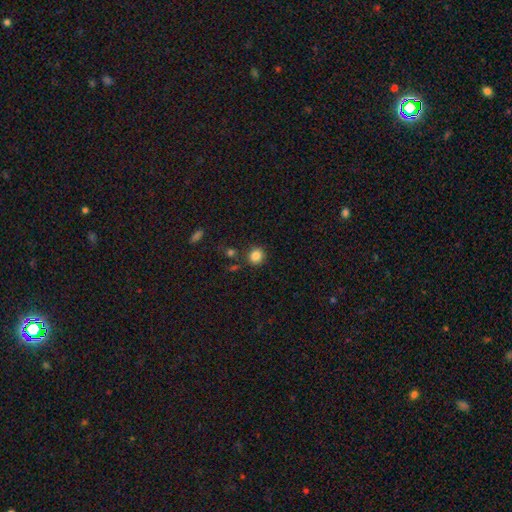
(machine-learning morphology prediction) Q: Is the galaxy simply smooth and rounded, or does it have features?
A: smooth — 86%.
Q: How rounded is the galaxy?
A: round — 84%.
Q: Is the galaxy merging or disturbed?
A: none — 84%.